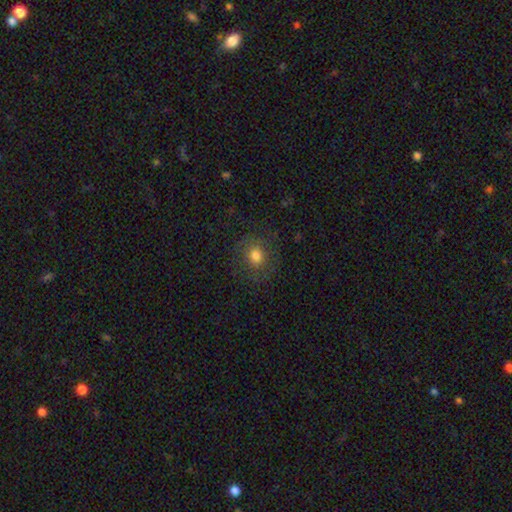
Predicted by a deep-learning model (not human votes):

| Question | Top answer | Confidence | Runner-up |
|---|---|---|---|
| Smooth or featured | smooth | 73% | featured or disk (14%) |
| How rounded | round | 80% | in between (19%) |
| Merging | none | 79% | minor disturbance (12%) |